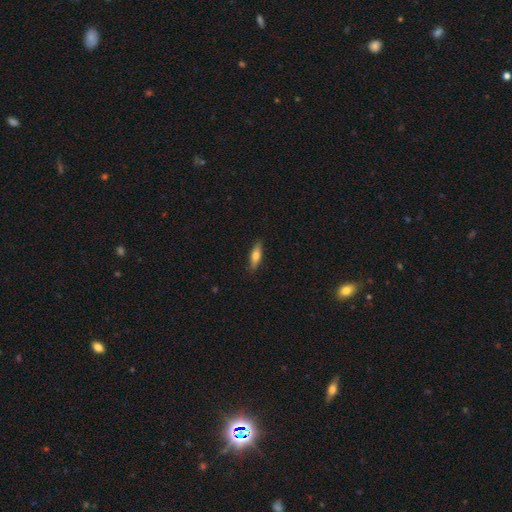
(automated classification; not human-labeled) Smooth or featured: smooth — 64% (featured or disk — 29%)
How rounded: cigar-shaped — 59% (in between — 39%)
Merging: none — 87% (minor disturbance — 10%)